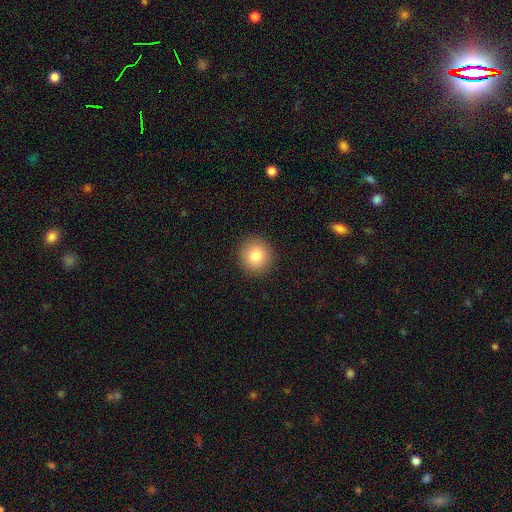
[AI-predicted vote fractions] smooth 82%, star or artifact 10%, featured or disk 8%. Down the decision tree: how rounded — round (92%); merging — none (92%).